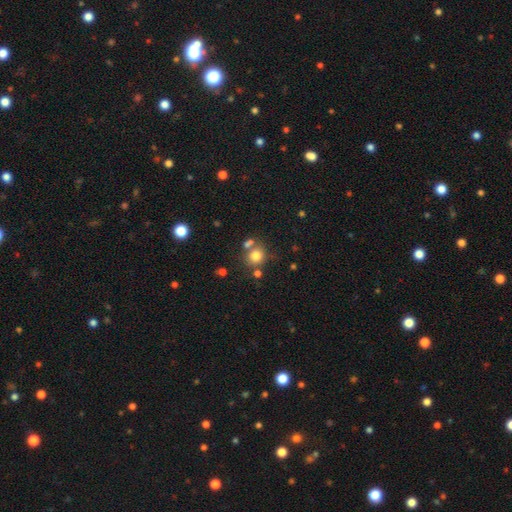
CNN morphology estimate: A smooth galaxy with no disk features (78%) that is round (83%).

Vote fractions:
- Smooth or featured? smooth: 78% / star or artifact: 13% / featured or disk: 9%
- How rounded? round: 83% / in between: 16% / cigar-shaped: 1%
- Merging? none: 64% / merger: 21% / minor disturbance: 11% / major disturbance: 4%